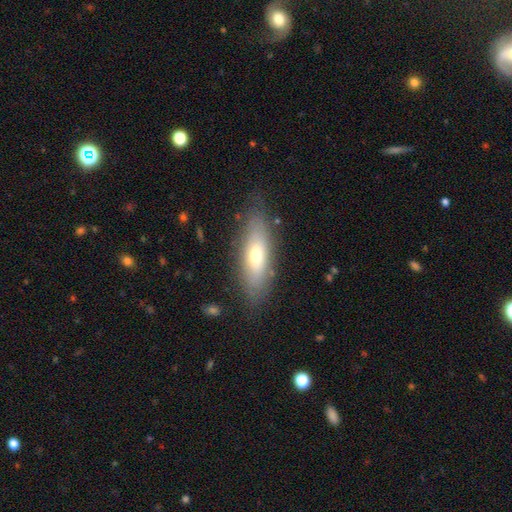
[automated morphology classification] The model was most divided on "smooth or featured": smooth: 59%, featured or disk: 33%, star or artifact: 7%. More confident: merging — none (81%); how rounded — in between (64%).